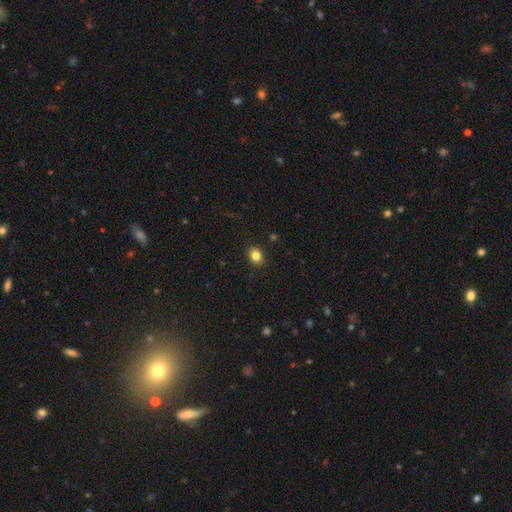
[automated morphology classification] Smooth or featured?
  - smooth: 84% *
  - star or artifact: 10%
  - featured or disk: 6%
How rounded?
  - in between: 57% *
  - round: 42%
  - cigar-shaped: 1%
Merging?
  - none: 88% *
  - minor disturbance: 9%
  - major disturbance: 2%
  - merger: 1%